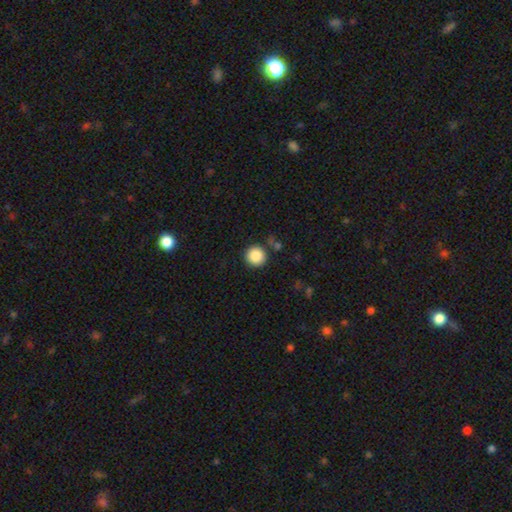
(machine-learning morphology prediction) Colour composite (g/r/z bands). It shows a smooth galaxy with no disk features (87%) that is round (95%). Merging: none (86%).